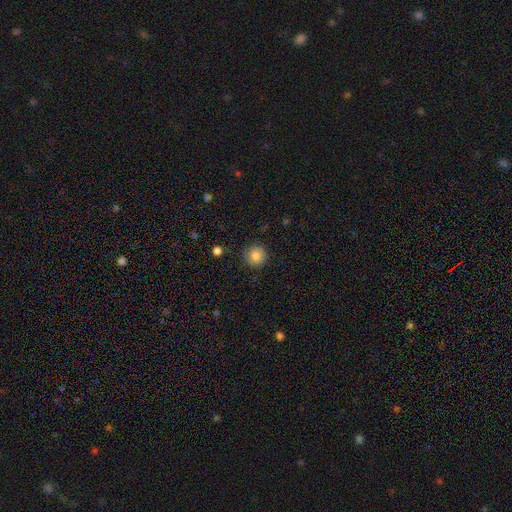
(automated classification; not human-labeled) Smooth or featured: smooth — 83% (star or artifact — 10%)
How rounded: round — 94% (in between — 5%)
Merging: none — 88% (minor disturbance — 9%)